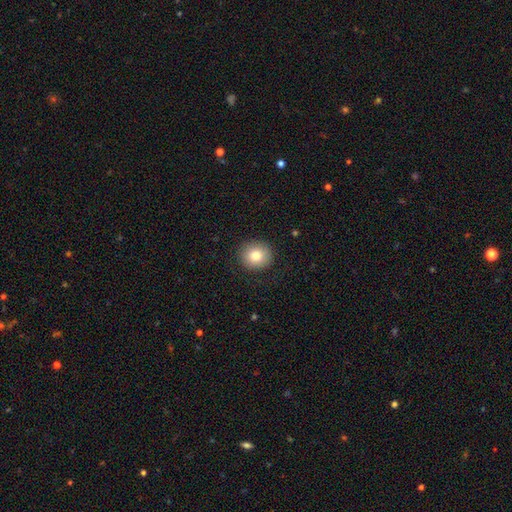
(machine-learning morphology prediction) smooth 82%, star or artifact 9%, featured or disk 9%. Down the decision tree: how rounded — round (87%); merging — none (89%).